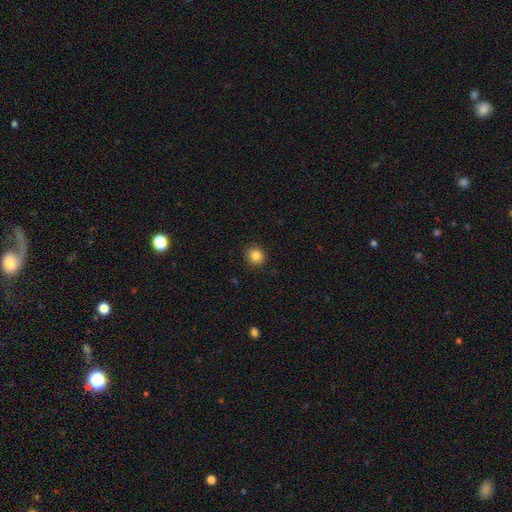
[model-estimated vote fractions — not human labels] Smooth or featured? smooth (86%)
How rounded? round (81%)
Merging? none (89%)